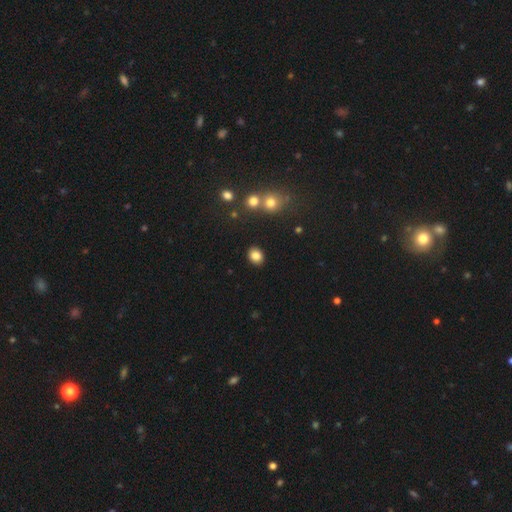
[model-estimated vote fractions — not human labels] Overall: smooth (83%). How rounded: round (51%; in between 48%). Merging: none (88%).